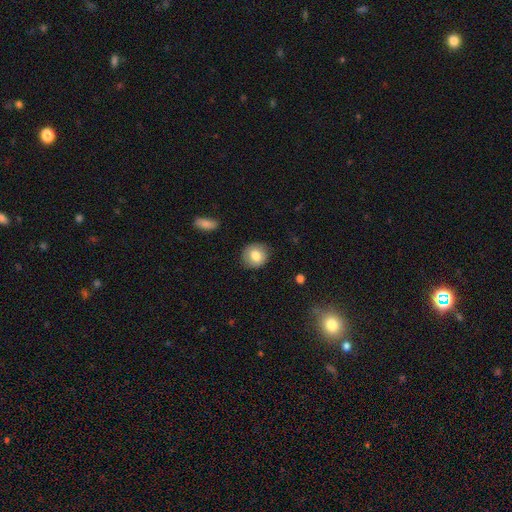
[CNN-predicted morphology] smooth_or_featured: smooth (p=0.80) [alt: featured or disk p=0.13]
how_rounded: round (p=0.80) [alt: in between p=0.19]
merging: none (p=0.85) [alt: minor disturbance p=0.11]